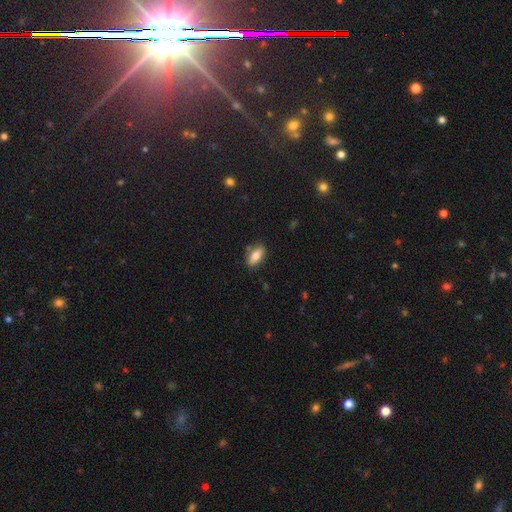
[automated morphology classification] Overall: smooth (76%). How rounded: in between (84%). Merging: none (81%).